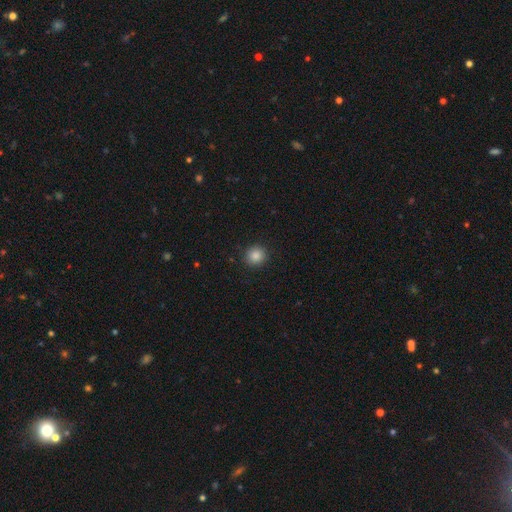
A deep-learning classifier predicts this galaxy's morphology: Smooth or featured? Predicted: smooth (p=0.86). How rounded? Predicted: round (p=0.91). Merging? Predicted: none (p=0.91).